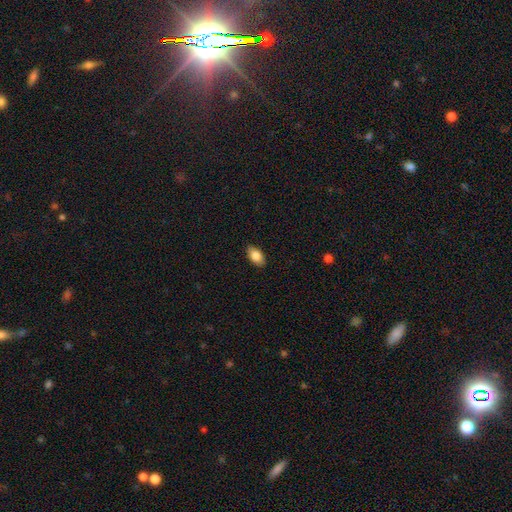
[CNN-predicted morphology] This appears to be a smooth galaxy with no disk features (84%) that is in between round and cigar-shaped (92%). Merging: none (88%).